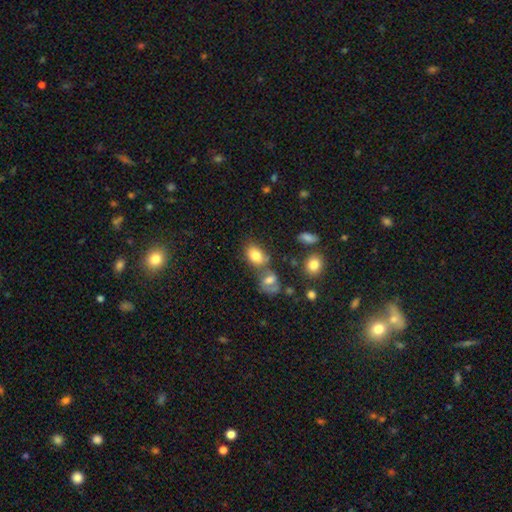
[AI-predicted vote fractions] Overall: smooth (79%). How rounded: in between (79%). Merging: none (50%; merger 27%).